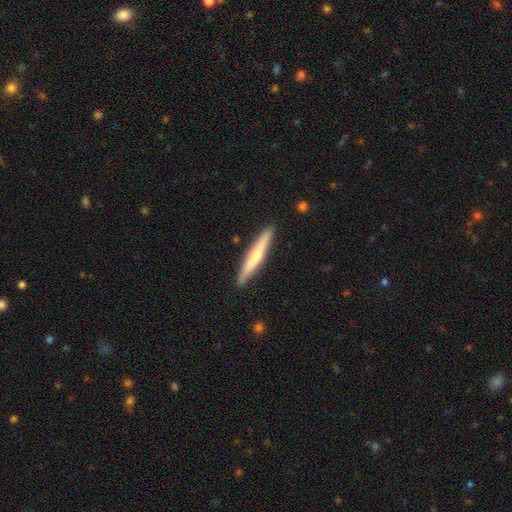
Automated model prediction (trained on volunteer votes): Smooth or featured: smooth — 49% (featured or disk — 46%)
Merging: none — 90% (minor disturbance — 7%)